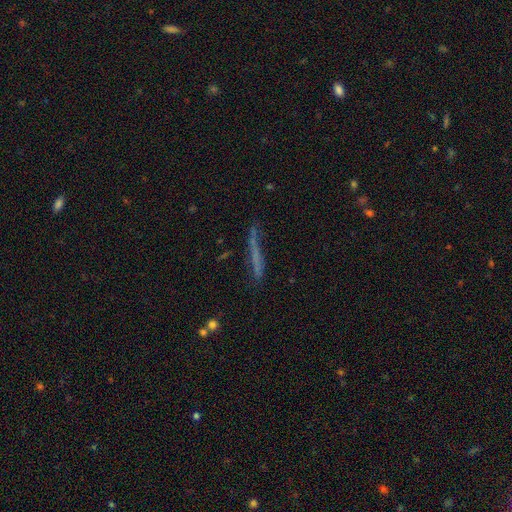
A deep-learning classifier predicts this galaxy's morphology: This is possibly a smooth galaxy (49%). Merging: likely none (72%).